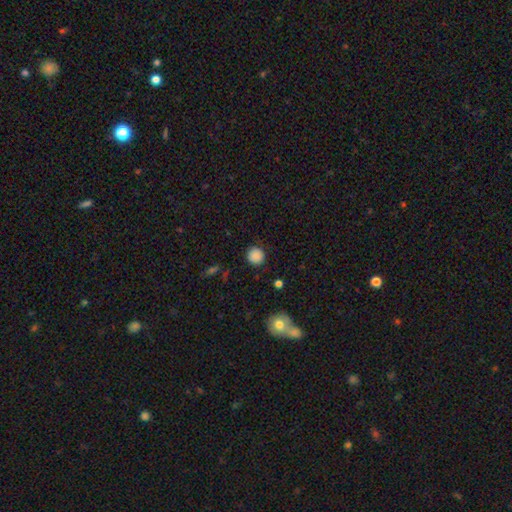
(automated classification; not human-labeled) smooth_or_featured: smooth (p=0.86) [alt: star or artifact p=0.10]
how_rounded: round (p=0.92) [alt: in between p=0.07]
merging: none (p=0.87) [alt: minor disturbance p=0.09]